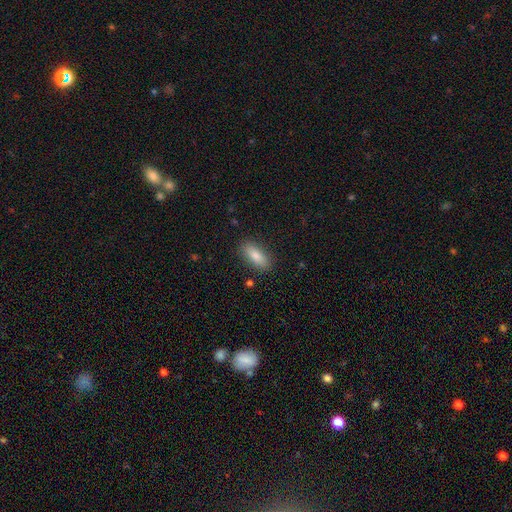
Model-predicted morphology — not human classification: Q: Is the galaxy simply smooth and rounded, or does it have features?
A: smooth — 82%.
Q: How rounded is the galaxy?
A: in between — 73%.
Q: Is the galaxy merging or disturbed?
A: none — 87%.